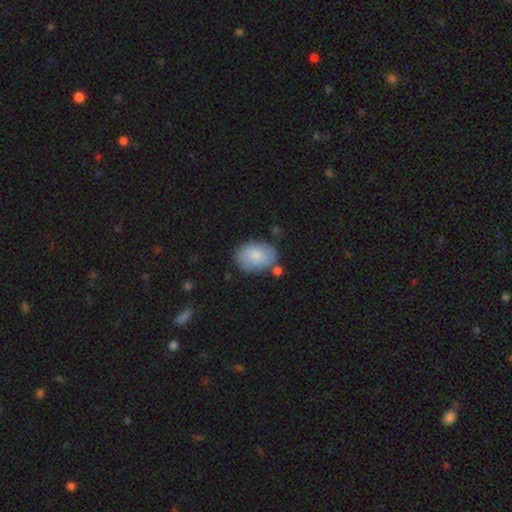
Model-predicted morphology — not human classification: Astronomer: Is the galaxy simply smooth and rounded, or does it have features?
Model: smooth — 80%.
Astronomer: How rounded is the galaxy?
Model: in between — 79%.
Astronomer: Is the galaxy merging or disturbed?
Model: none — 69%.